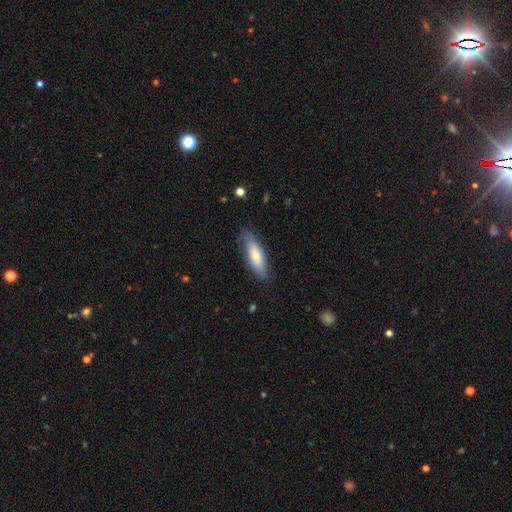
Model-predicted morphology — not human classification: type=smooth (76%); roundness=in between (55%); merging=none (75%).